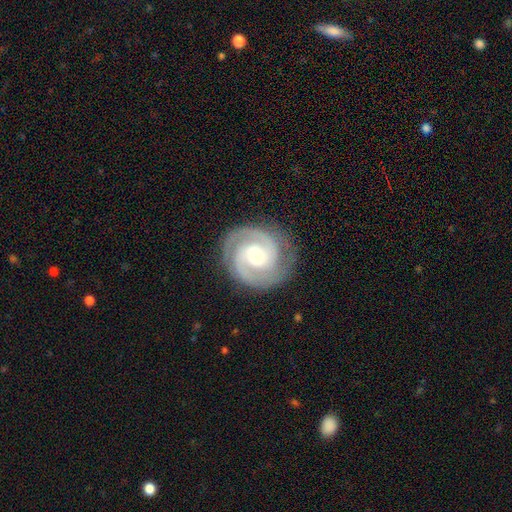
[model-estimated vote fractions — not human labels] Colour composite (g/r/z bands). It shows a featured or disk galaxy (91%) with no bar (48%), 2 (75%) tight (65%) spiral arms (98%) and a moderate central bulge (60%). Merging: none (86%).